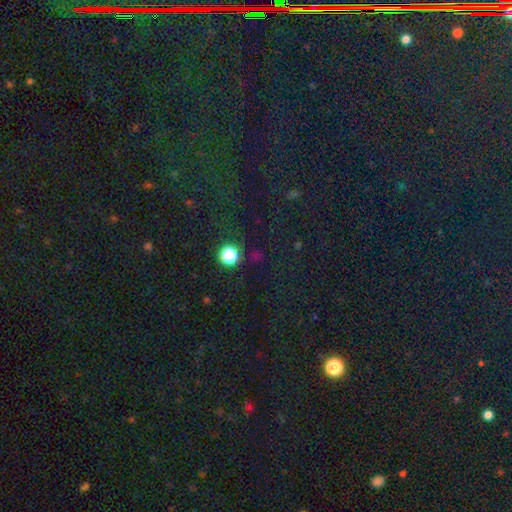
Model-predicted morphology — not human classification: smooth_or_featured: smooth (p=0.50) [alt: star or artifact p=0.44]
how_rounded: round (p=0.88) [alt: in between p=0.10]
merging: none (p=0.87) [alt: minor disturbance p=0.07]